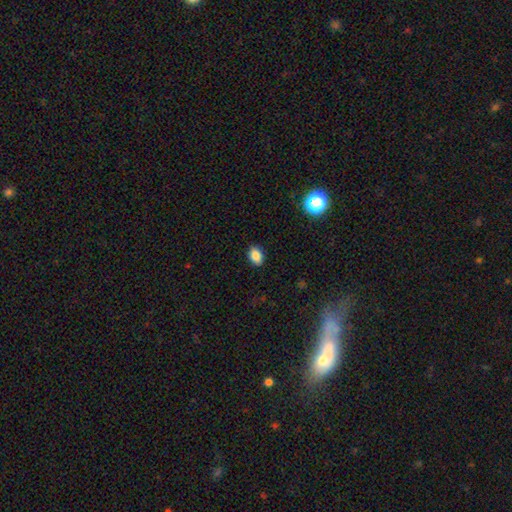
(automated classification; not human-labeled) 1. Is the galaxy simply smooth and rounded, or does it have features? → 87% smooth, 10% star or artifact, 4% featured or disk.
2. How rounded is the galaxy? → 81% in between, 18% round, 1% cigar-shaped.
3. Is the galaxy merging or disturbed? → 89% none, 8% minor disturbance, 2% major disturbance, 1% merger.